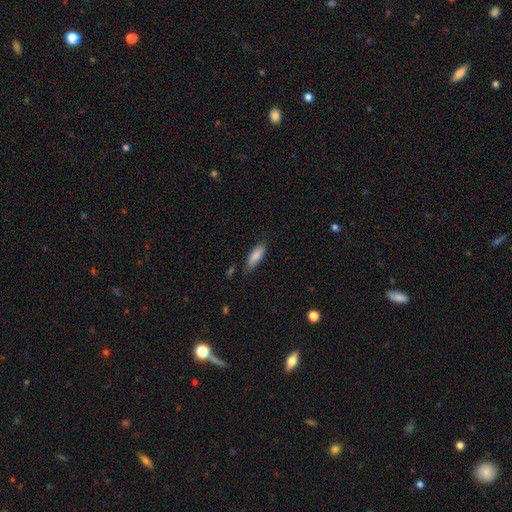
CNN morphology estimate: smooth-or-featured: smooth: 85% | featured or disk: 9% | star or artifact: 6%
  how-rounded: in between: 61% | cigar-shaped: 38% | round: 2%
  merging: none: 72% | minor disturbance: 21% | major disturbance: 4% | merger: 3%